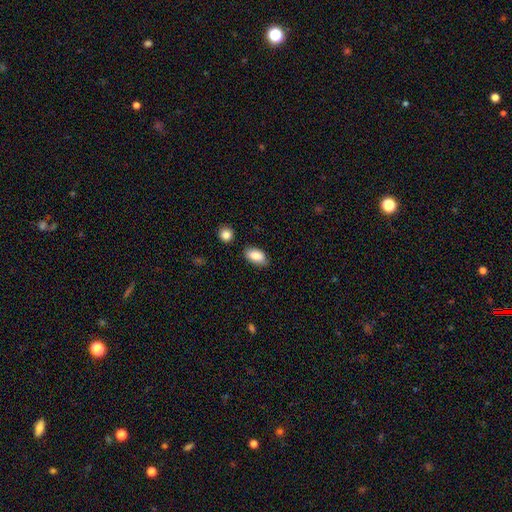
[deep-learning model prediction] Smooth or featured: smooth — 85% (featured or disk — 8%)
How rounded: in between — 92% (round — 5%)
Merging: none — 82% (minor disturbance — 13%)